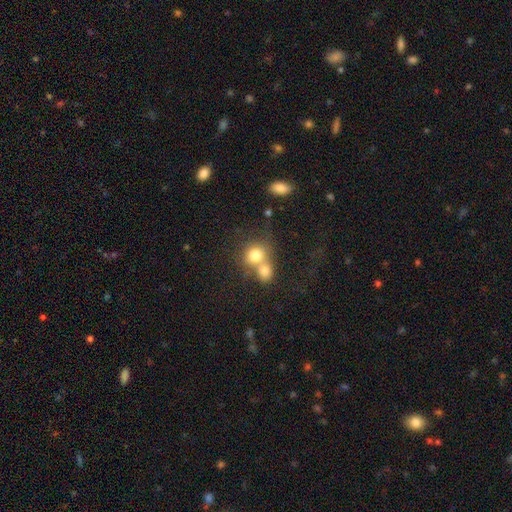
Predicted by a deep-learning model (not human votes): Overall: smooth (77%). How rounded: round (74%). Merging: merger (60%; none 29%).